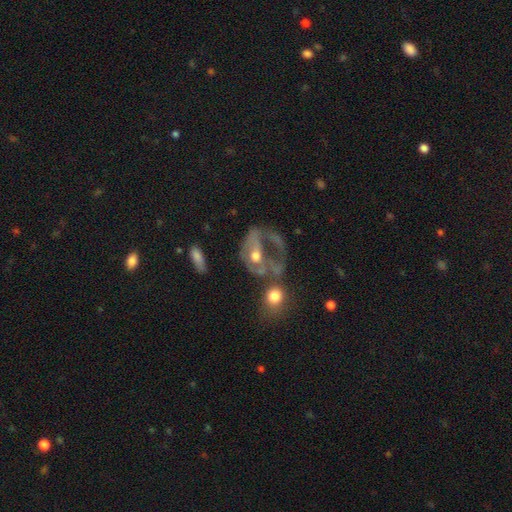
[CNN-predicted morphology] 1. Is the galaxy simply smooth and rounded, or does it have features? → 59% featured or disk, 30% smooth, 10% star or artifact.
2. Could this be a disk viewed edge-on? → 95% no, 5% yes.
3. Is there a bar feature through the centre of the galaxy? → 76% no, 18% weak, 6% strong.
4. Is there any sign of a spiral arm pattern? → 69% no, 31% yes.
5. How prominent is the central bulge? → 61% moderate, 23% small, 9% large, 6% none, 2% dominant.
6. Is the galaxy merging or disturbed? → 43% major disturbance, 30% merger, 16% none, 11% minor disturbance.